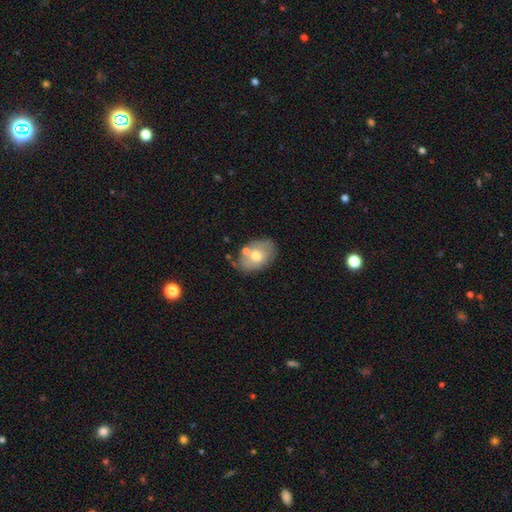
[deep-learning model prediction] Morphology: type=smooth (66%); roundness=in between (82%); merging=none (64%).